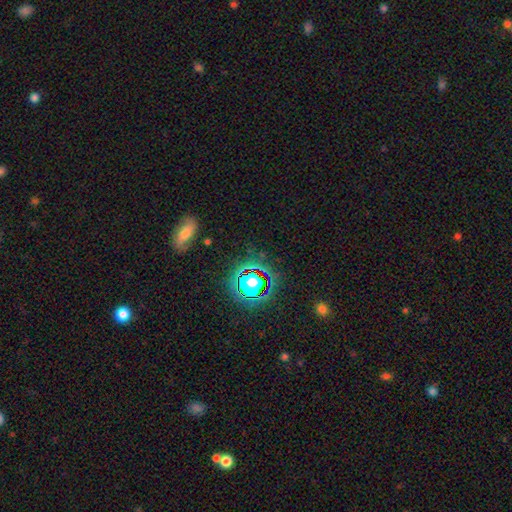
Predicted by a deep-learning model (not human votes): Smooth or featured? star or artifact (67%)